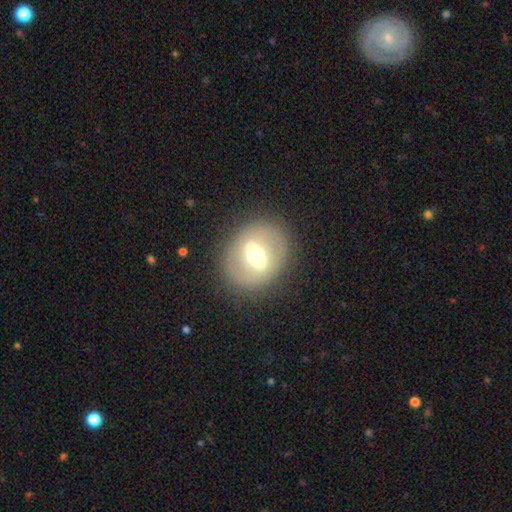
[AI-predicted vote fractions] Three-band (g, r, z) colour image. It shows a featured or disk galaxy (64%). Merging: none (84%).